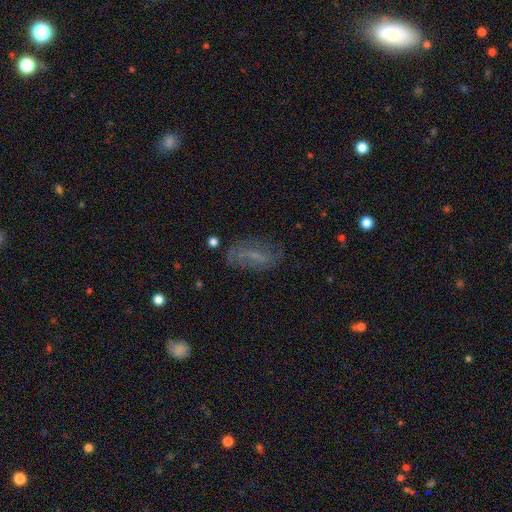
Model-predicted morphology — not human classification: Smooth or featured? Predicted: featured or disk (p=0.47). Merging? Predicted: none (p=0.65).